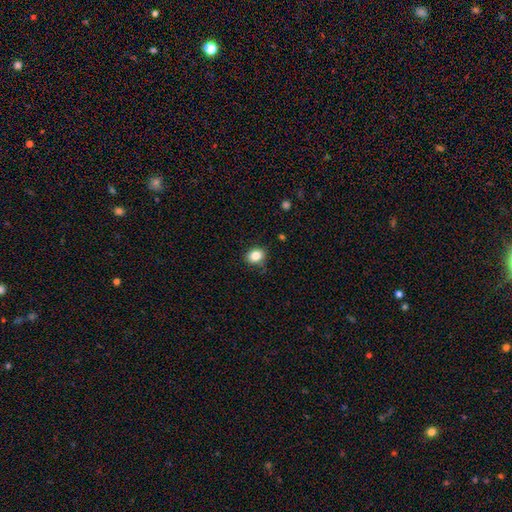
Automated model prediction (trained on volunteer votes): The model was most divided on "how rounded": round: 54%, in between: 45%, cigar-shaped: 1%. More confident: smooth or featured — smooth (84%); merging — none (81%).